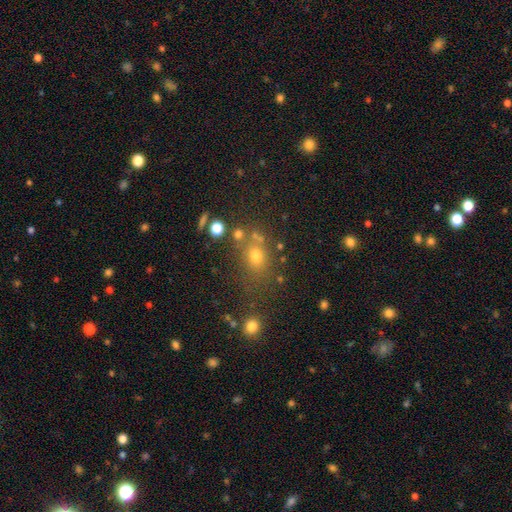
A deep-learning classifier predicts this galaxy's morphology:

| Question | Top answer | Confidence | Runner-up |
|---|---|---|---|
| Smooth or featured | smooth | 66% | star or artifact (23%) |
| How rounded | round | 61% | in between (37%) |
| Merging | none | 65% | merger (14%) |